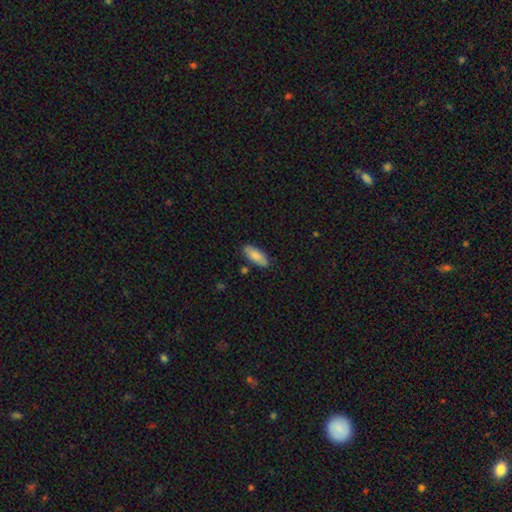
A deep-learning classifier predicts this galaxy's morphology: The model was most divided on "how rounded": in between: 78%, cigar-shaped: 20%, round: 2%. More confident: smooth or featured — smooth (83%); merging — none (83%).